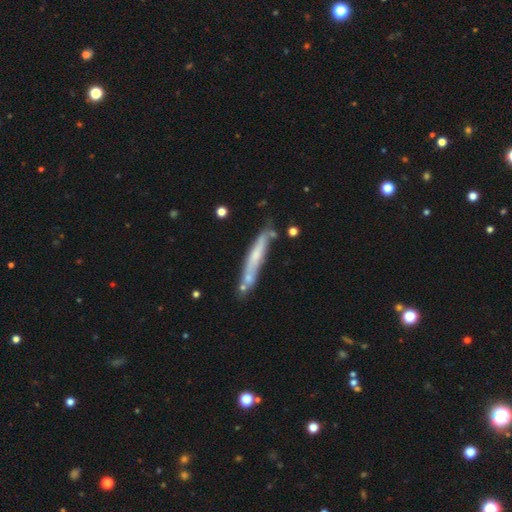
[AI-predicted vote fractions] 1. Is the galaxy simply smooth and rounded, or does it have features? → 47% featured or disk, 46% smooth, 7% star or artifact.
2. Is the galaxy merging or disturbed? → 64% none, 20% minor disturbance, 11% merger, 5% major disturbance.